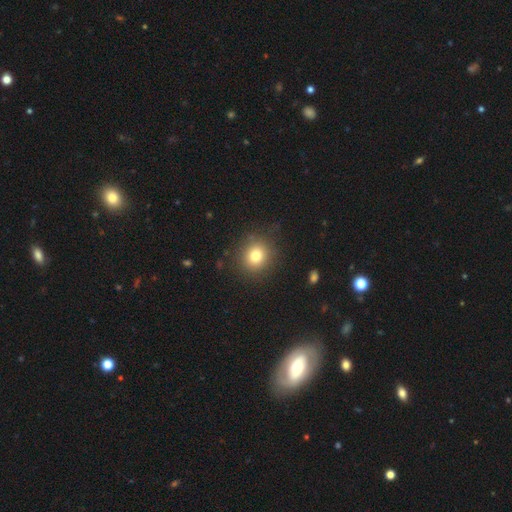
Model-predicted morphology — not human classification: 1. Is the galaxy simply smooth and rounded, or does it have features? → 78% smooth, 13% star or artifact, 9% featured or disk.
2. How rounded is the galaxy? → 86% round, 13% in between, 1% cigar-shaped.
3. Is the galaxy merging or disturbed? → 87% none, 8% minor disturbance, 3% major disturbance, 1% merger.